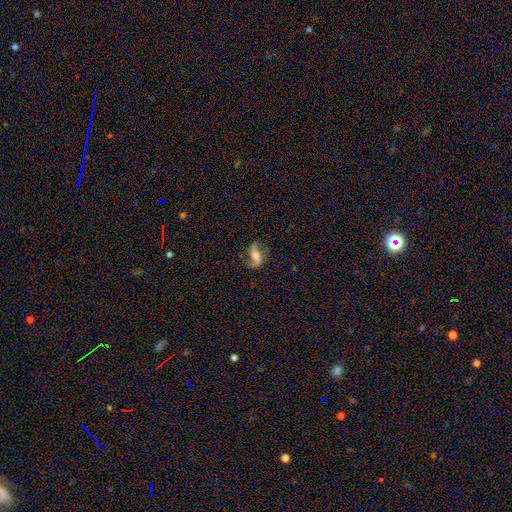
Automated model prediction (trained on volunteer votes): A featured or disk galaxy (80%) with a weak bar (36%), 2 (90%) loose (62%) spiral arms (94%) and a moderate central bulge (59%).

Vote fractions:
- Smooth or featured? featured or disk: 80% / smooth: 13% / star or artifact: 7%
- Edge-on disk? no: 96% / yes: 4%
- Bar? weak: 36% / no: 34% / strong: 30%
- Spiral arms? yes: 94% / no: 6%
- Spiral winding? loose: 62% / medium: 30% / tight: 9%
- Spiral arm count? 2: 90% / 1: 4% / can't tell: 3% / 3: 1% / 4: 1% / more than 4: 1%
- Bulge size? moderate: 59% / small: 29% / large: 7% / none: 3% / dominant: 1%
- Merging? none: 74% / minor disturbance: 16% / major disturbance: 8% / merger: 2%